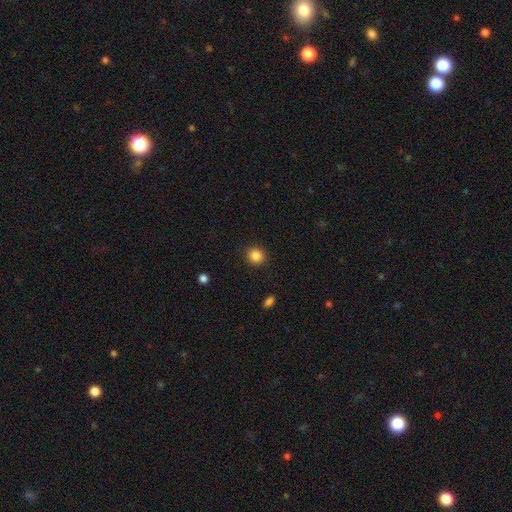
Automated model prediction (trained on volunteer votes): This appears to be a smooth galaxy with no disk features (86%) that is round (91%). Merging: none (91%).